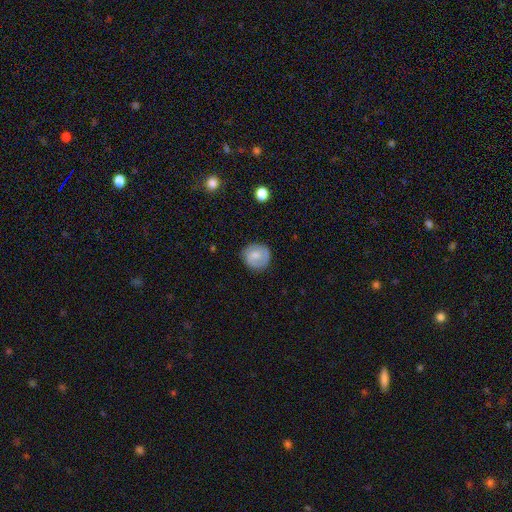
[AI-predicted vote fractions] Q: Smooth or featured?
A: smooth (61%); runner-up: featured or disk (32%)
Q: How rounded?
A: round (86%); runner-up: in between (13%)
Q: Merging?
A: none (81%); runner-up: minor disturbance (14%)